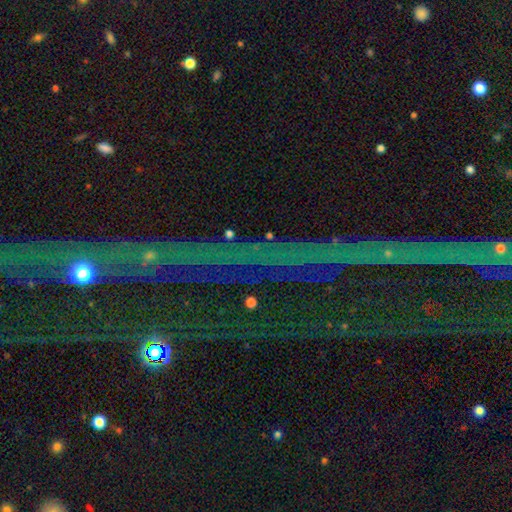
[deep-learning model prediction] Smooth or featured? star or artifact (81%)